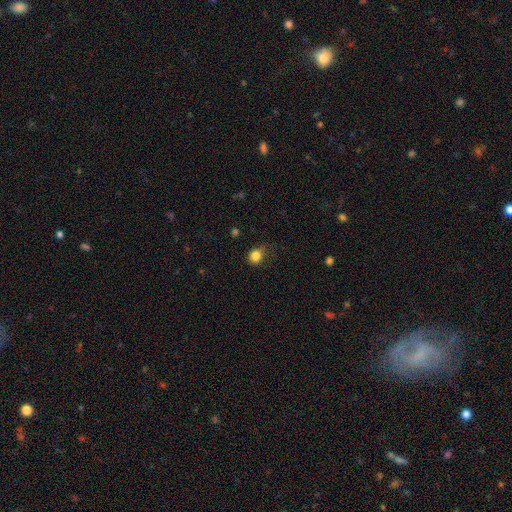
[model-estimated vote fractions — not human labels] The model was most divided on "merging": none: 64%, minor disturbance: 26%, major disturbance: 9%, merger: 1%. More confident: smooth or featured — smooth (83%); how rounded — round (72%).